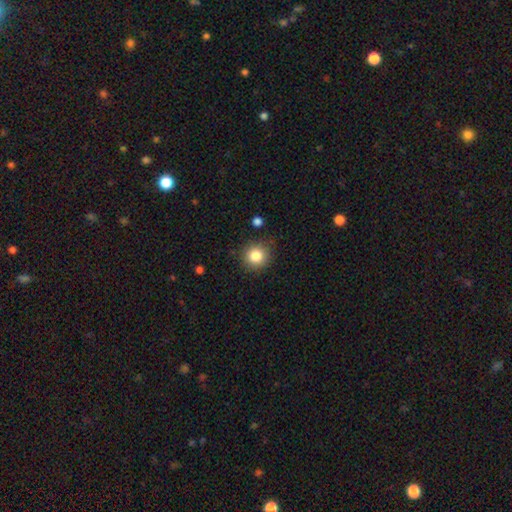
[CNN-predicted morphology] type=smooth (83%); roundness=round (91%); merging=none (86%).